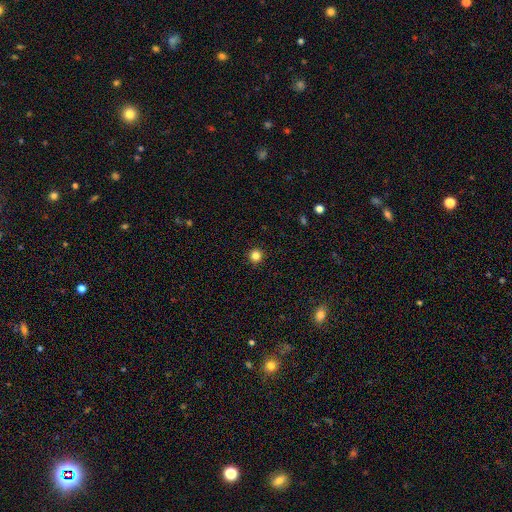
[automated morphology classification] smooth-or-featured: smooth: 83% | star or artifact: 12% | featured or disk: 4%
  how-rounded: round: 96% | in between: 3% | cigar-shaped: 1%
  merging: none: 93% | minor disturbance: 4% | major disturbance: 1% | merger: 1%